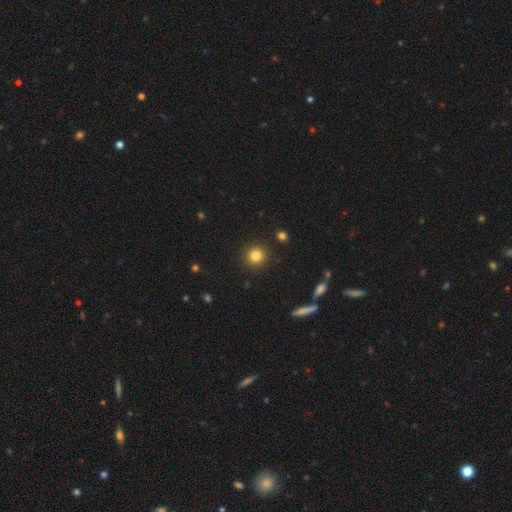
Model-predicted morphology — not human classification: Smooth or featured?
  - smooth: 83% *
  - star or artifact: 11%
  - featured or disk: 6%
How rounded?
  - round: 94% *
  - in between: 5%
  - cigar-shaped: 1%
Merging?
  - none: 92% *
  - minor disturbance: 5%
  - major disturbance: 2%
  - merger: 2%